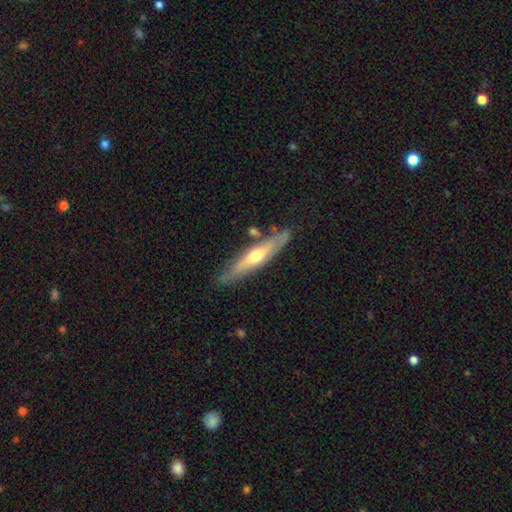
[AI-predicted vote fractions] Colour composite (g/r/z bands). It shows a featured or disk galaxy (57%) viewed edge-on (83%). Merging: none (79%).